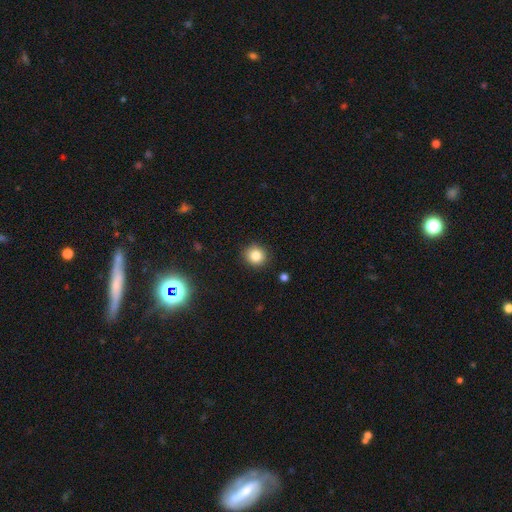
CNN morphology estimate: Smooth or featured? Predicted: smooth (p=0.82). How rounded? Predicted: round (p=0.89). Merging? Predicted: none (p=0.90).